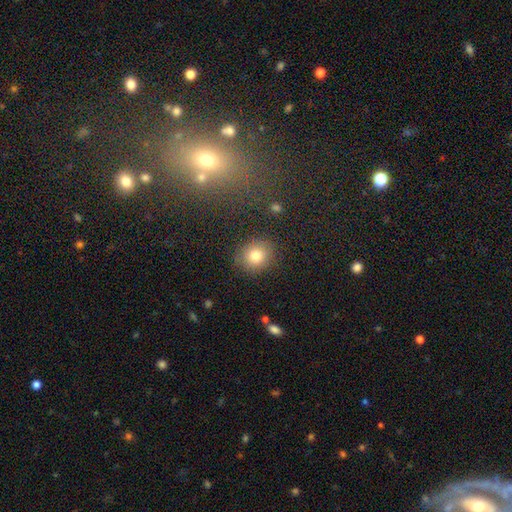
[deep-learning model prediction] A smooth galaxy with no disk features (80%) that is round (75%). Merging: none (86%).